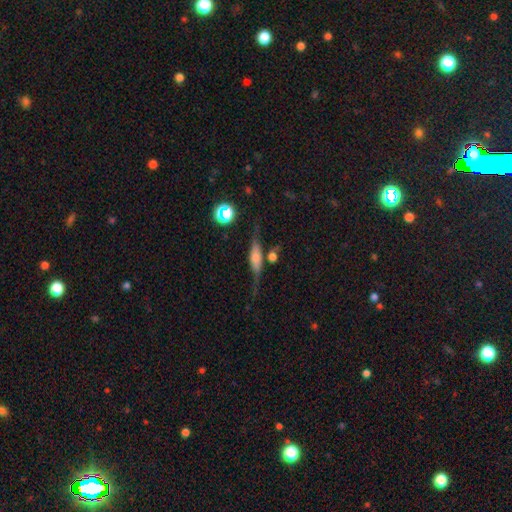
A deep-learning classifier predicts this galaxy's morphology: smooth-or-featured: featured or disk: 52% | smooth: 39% | star or artifact: 9%
  disk-edge-on: yes: 85% | no: 15%
  merging: none: 61% | minor disturbance: 22% | major disturbance: 9% | merger: 8%